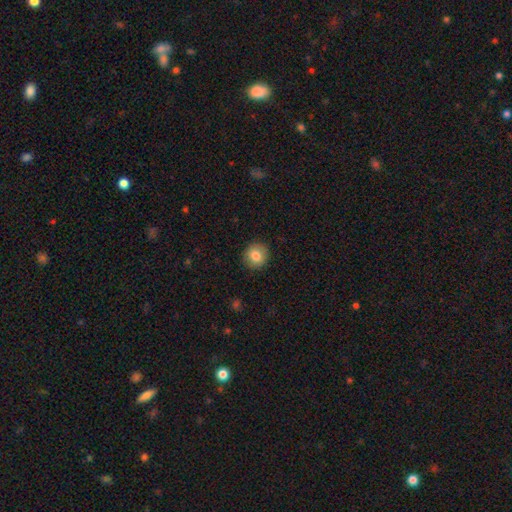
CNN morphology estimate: A smooth galaxy with no disk features (82%) that is round (89%).

Vote fractions:
- Smooth or featured? smooth: 82% / star or artifact: 9% / featured or disk: 9%
- How rounded? round: 89% / in between: 10% / cigar-shaped: 1%
- Merging? none: 90% / minor disturbance: 7% / major disturbance: 2% / merger: 1%